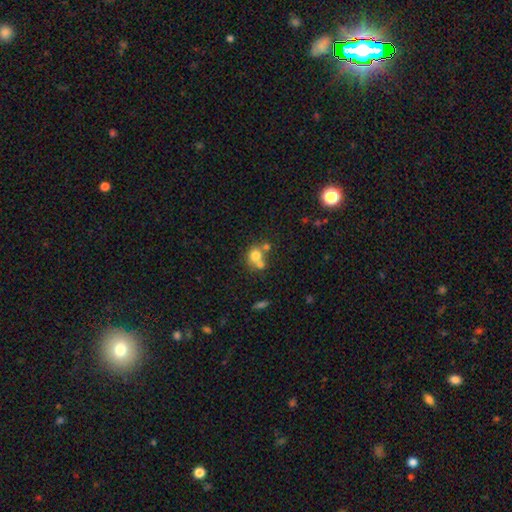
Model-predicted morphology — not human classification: Smooth or featured: smooth — 72% (featured or disk — 15%)
How rounded: round — 79% (in between — 20%)
Merging: merger — 46% (none — 42%)